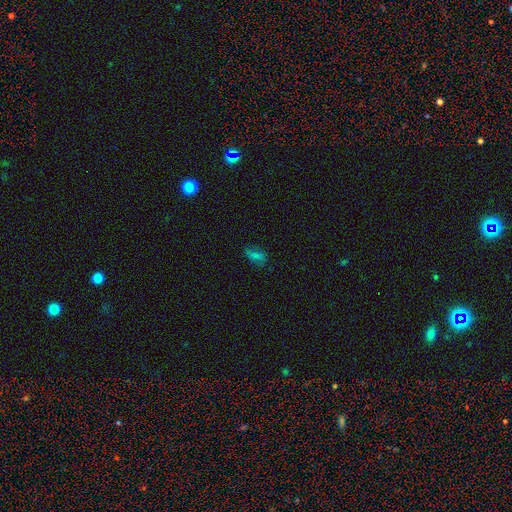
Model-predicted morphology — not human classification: Overall: smooth (52%; star or artifact 28%). How rounded: in between (80%). Merging: none (74%).